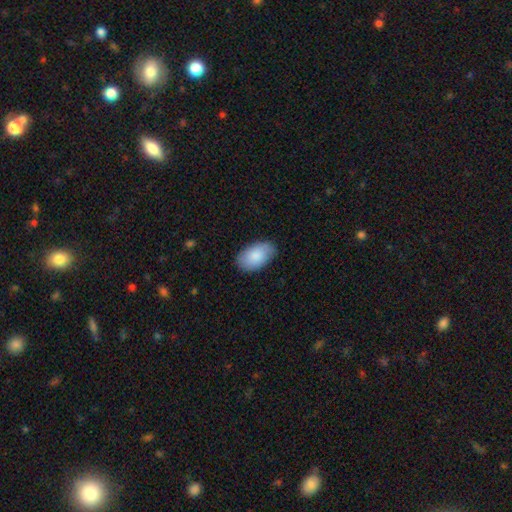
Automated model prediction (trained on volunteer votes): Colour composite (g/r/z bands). It shows a smooth galaxy with no disk features (84%) that is in between round and cigar-shaped (94%). Merging: none (84%).